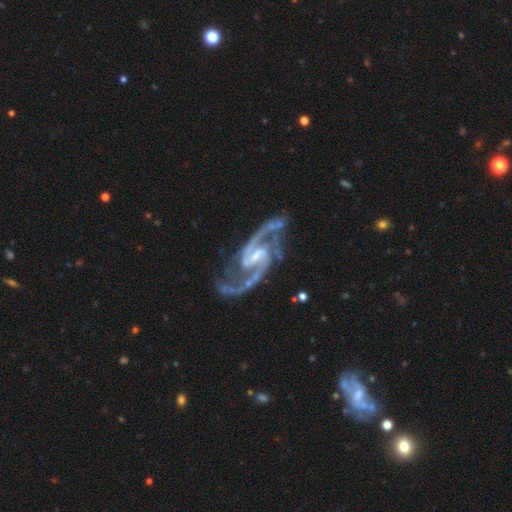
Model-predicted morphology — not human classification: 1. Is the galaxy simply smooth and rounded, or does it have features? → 94% featured or disk, 4% star or artifact, 2% smooth.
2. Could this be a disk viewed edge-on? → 98% no, 2% yes.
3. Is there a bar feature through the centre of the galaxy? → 53% weak, 31% strong, 15% no.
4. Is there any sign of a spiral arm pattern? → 99% yes, 1% no.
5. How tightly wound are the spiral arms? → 62% medium, 24% loose, 14% tight.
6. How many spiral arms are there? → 91% 2, 3% 3, 2% can't tell, 1% 4, 1% 1, 1% more than 4.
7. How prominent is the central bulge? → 52% small, 30% moderate, 14% none, 3% large, 1% dominant.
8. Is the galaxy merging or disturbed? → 71% none, 17% minor disturbance, 9% major disturbance, 3% merger.